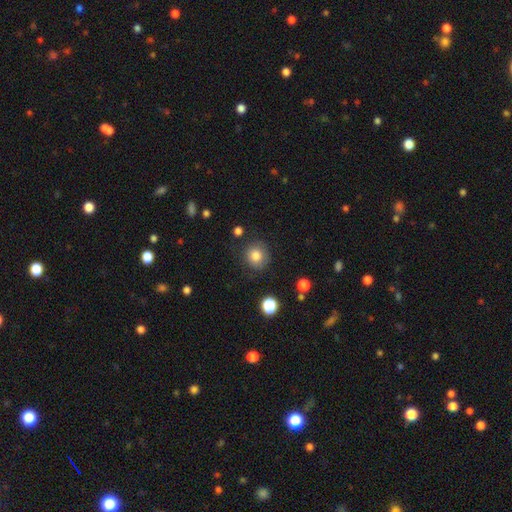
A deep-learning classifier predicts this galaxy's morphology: The model was most divided on "merging": none: 80%, minor disturbance: 13%, major disturbance: 5%, merger: 2%. More confident: how rounded — round (88%); smooth or featured — smooth (82%).